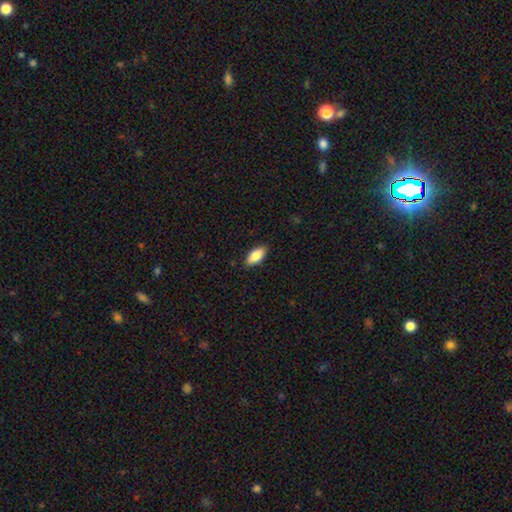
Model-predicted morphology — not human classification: Smooth or featured: smooth — 84% (featured or disk — 9%)
How rounded: in between — 88% (cigar-shaped — 9%)
Merging: none — 88% (minor disturbance — 9%)